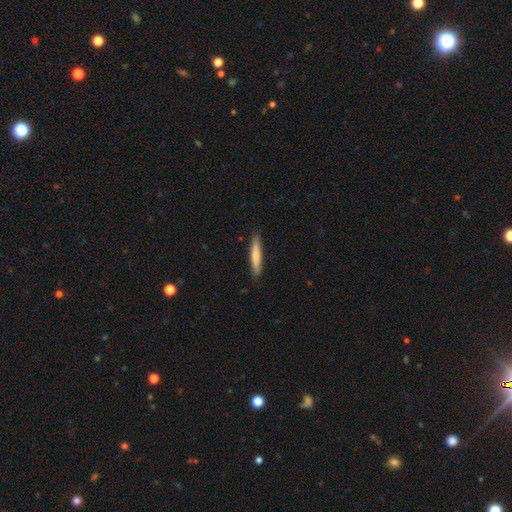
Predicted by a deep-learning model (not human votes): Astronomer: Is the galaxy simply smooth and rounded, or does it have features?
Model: smooth — 64%.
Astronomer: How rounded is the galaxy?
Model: cigar-shaped — 91%.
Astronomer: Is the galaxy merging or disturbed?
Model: none — 87%.